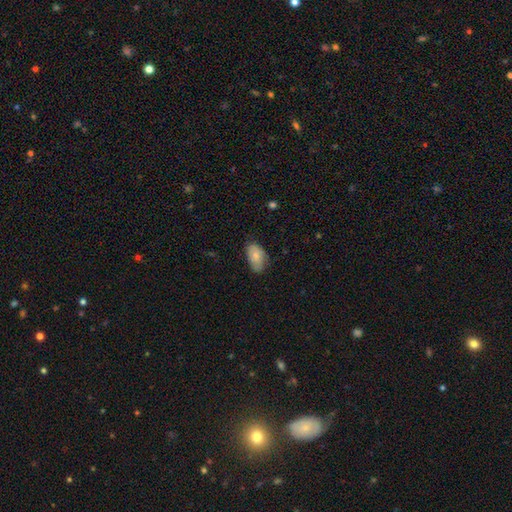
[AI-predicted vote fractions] smooth 75%, featured or disk 18%, star or artifact 7%. Down the decision tree: how rounded — in between (93%); merging — none (67%).